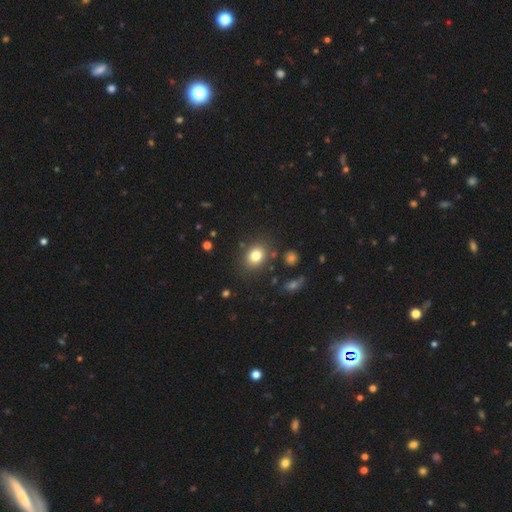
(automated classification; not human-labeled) Morphology: type=smooth (80%); roundness=in between (52%); merging=none (82%).